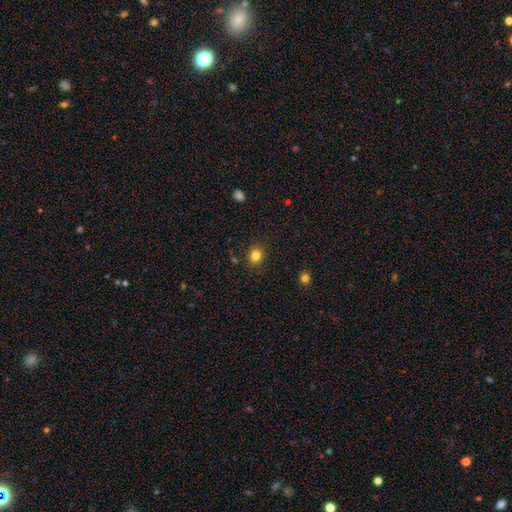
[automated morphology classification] This appears to be a smooth galaxy with no disk features (83%) that is round (69%). Merging: none (86%).